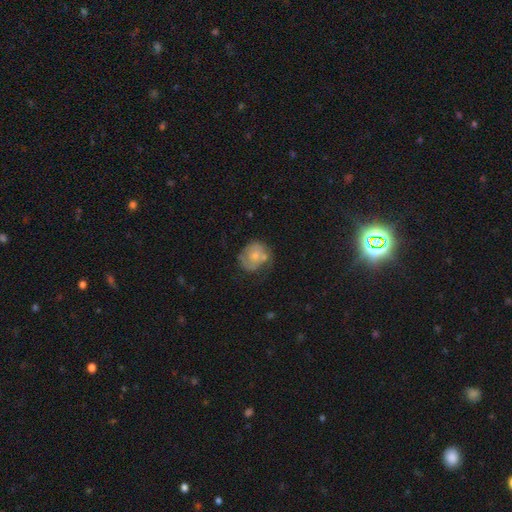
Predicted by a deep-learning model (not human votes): Smooth or featured? Predicted: smooth (p=0.53). How rounded? Predicted: round (p=0.72). Merging? Predicted: none (p=0.46).